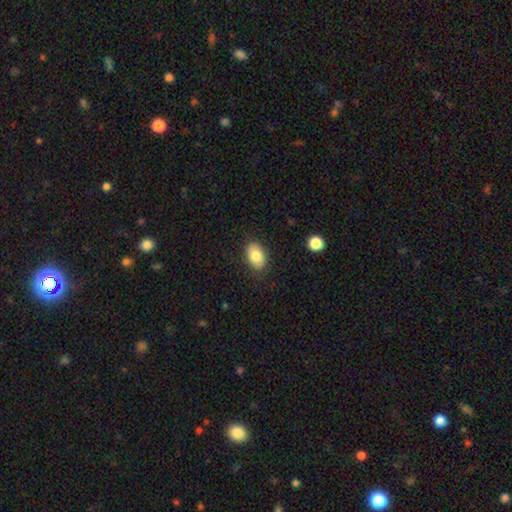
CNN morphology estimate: smooth 82%, featured or disk 10%, star or artifact 7%. Down the decision tree: how rounded — in between (86%); merging — none (86%).